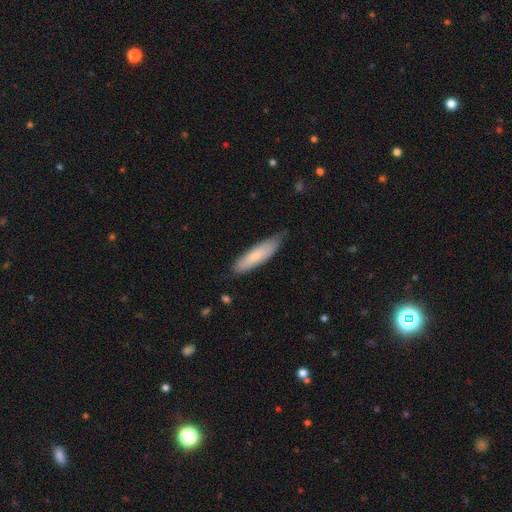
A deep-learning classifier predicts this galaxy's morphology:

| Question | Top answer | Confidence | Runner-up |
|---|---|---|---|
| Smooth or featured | smooth | 75% | featured or disk (20%) |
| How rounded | cigar-shaped | 68% | in between (30%) |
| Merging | none | 67% | minor disturbance (28%) |